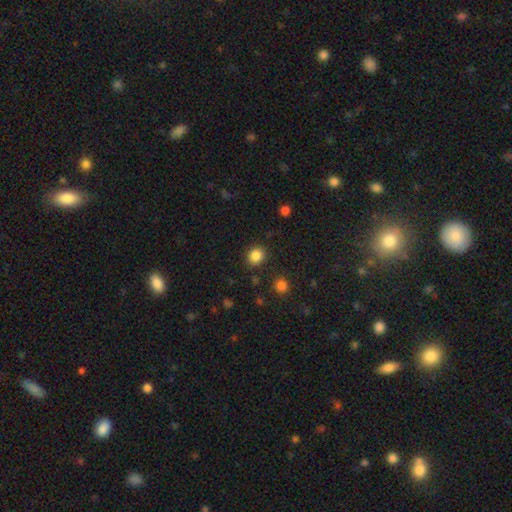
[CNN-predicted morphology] smooth-or-featured: smooth: 86% | star or artifact: 11% | featured or disk: 4%
  how-rounded: round: 81% | in between: 18% | cigar-shaped: 1%
  merging: none: 88% | minor disturbance: 7% | major disturbance: 3% | merger: 2%